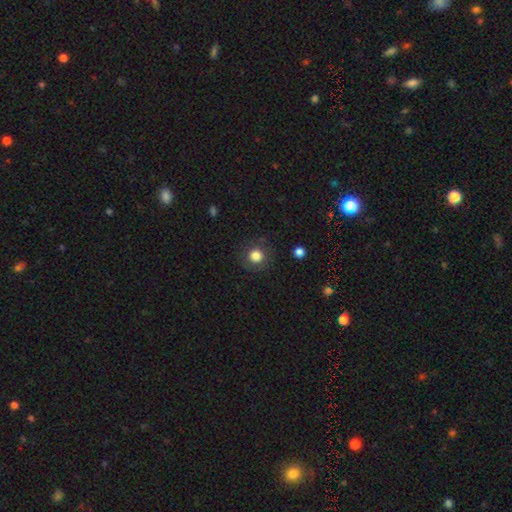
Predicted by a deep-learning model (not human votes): smooth-or-featured: smooth: 80% | star or artifact: 11% | featured or disk: 9%
  how-rounded: round: 92% | in between: 7% | cigar-shaped: 1%
  merging: none: 84% | minor disturbance: 10% | major disturbance: 5% | merger: 1%